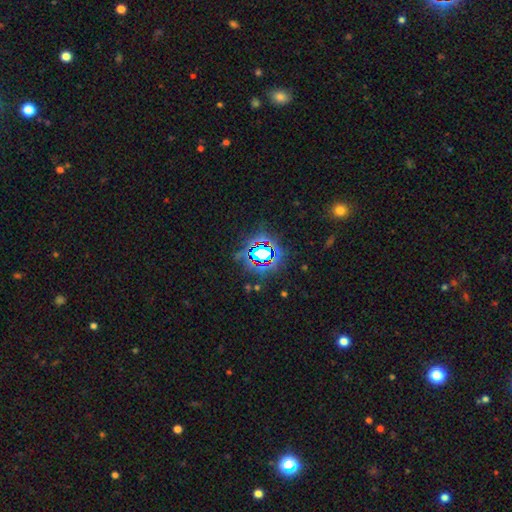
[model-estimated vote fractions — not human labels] This is likely a star or artifact rather than a galaxy (74%).